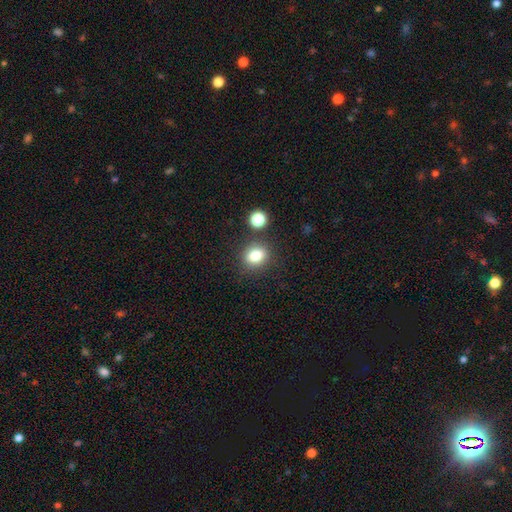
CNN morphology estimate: Smooth or featured? smooth (80%)
How rounded? round (63%)
Merging? none (80%)